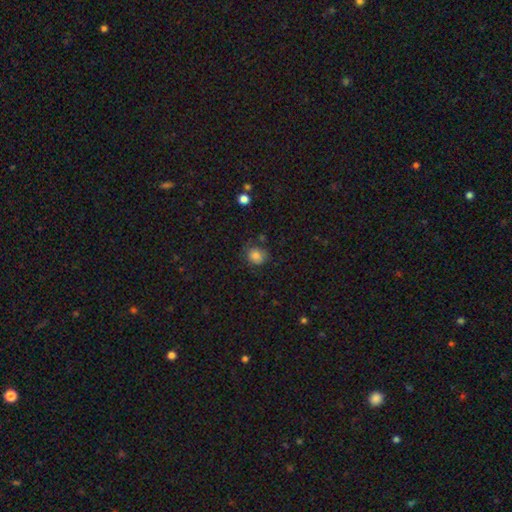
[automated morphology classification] Smooth or featured?
  - smooth: 81% *
  - star or artifact: 11%
  - featured or disk: 8%
How rounded?
  - round: 81% *
  - in between: 18%
  - cigar-shaped: 1%
Merging?
  - none: 70% *
  - minor disturbance: 21%
  - major disturbance: 6%
  - merger: 3%